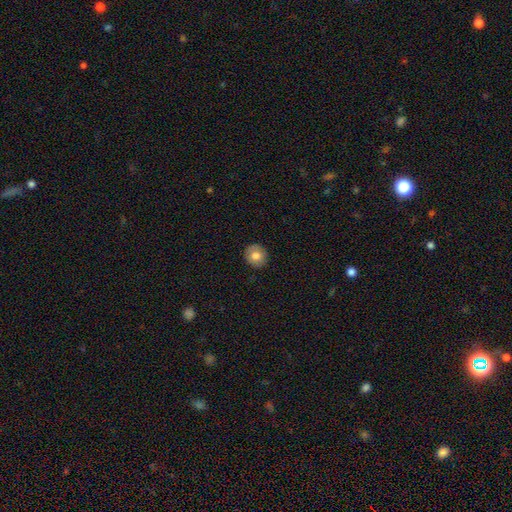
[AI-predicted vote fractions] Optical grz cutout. It shows a smooth galaxy with no disk features (78%) that is round (91%). Merging: none (89%).